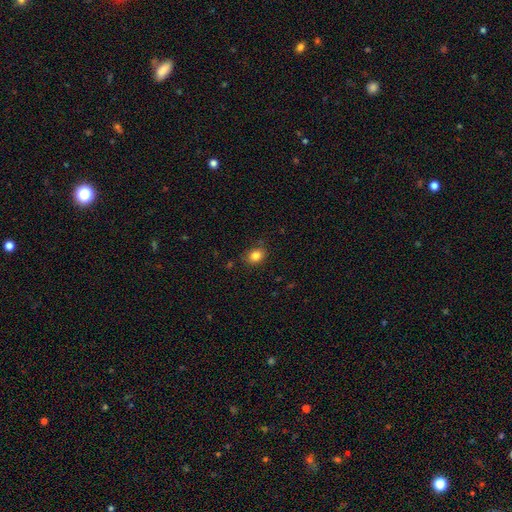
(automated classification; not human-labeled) This is clearly a smooth galaxy (83%). How rounded: possibly in between (51%). Merging: clearly none (80%).